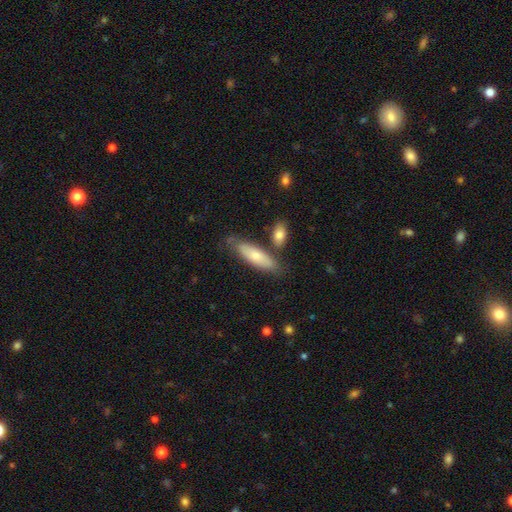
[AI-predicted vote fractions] smooth 69%, featured or disk 26%, star or artifact 6%. Down the decision tree: how rounded — cigar-shaped (50%); merging — none (68%).